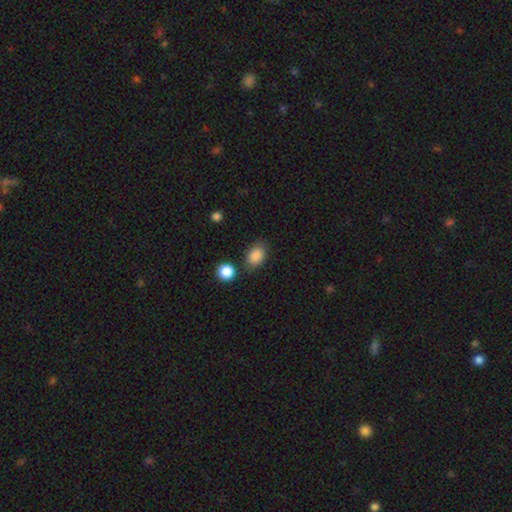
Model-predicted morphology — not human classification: Overall: smooth (87%). How rounded: in between (76%). Merging: none (75%).